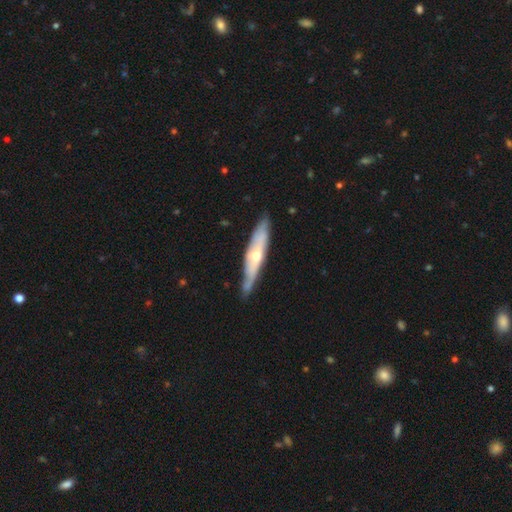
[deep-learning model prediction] Smooth or featured? Predicted: featured or disk (p=0.60). Edge-on disk? Predicted: yes (p=0.72). Merging? Predicted: none (p=0.76).